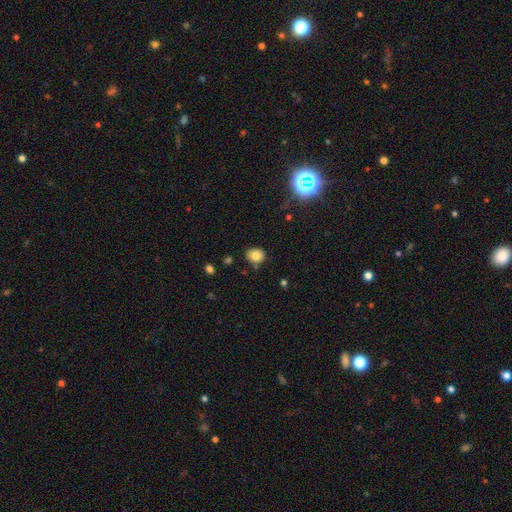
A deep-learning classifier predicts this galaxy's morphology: smooth_or_featured: smooth (p=0.79) [alt: star or artifact p=0.11]
how_rounded: round (p=0.58) [alt: in between p=0.41]
merging: none (p=0.82) [alt: minor disturbance p=0.12]